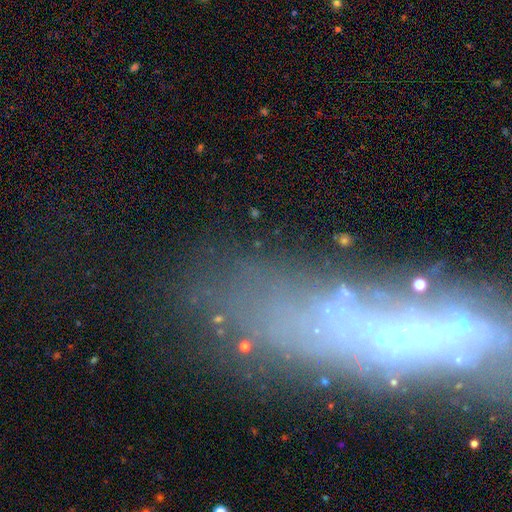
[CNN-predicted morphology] Smooth or featured: featured or disk — 52% (smooth — 27%)
Edge-on disk: no — 62% (yes — 38%)
Merging: none — 59% (minor disturbance — 19%)